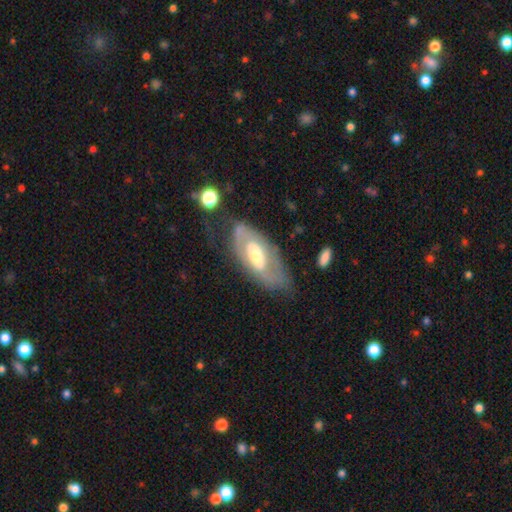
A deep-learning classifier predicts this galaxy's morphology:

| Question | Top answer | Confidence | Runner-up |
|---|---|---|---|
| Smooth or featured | featured or disk | 69% | smooth (26%) |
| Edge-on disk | no | 88% | yes (12%) |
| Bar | no | 54% | weak (32%) |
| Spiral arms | yes | 54% | no (46%) |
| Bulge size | moderate | 59% | small (29%) |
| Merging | none | 60% | minor disturbance (23%) |